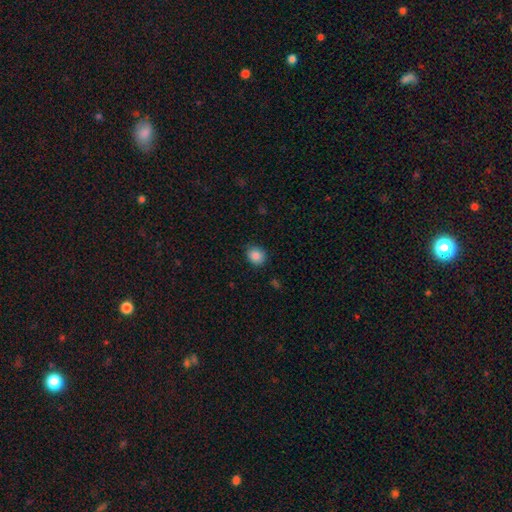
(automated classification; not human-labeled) Smooth or featured: smooth — 86% (star or artifact — 9%)
How rounded: round — 67% (in between — 32%)
Merging: none — 83% (minor disturbance — 13%)